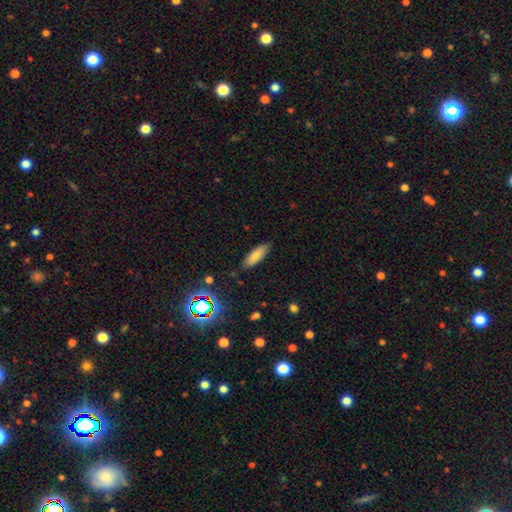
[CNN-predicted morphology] A smooth galaxy with no disk features (80%) that is in between round and cigar-shaped (58%).

Vote fractions:
- Smooth or featured? smooth: 80% / featured or disk: 11% / star or artifact: 9%
- How rounded? in between: 58% / cigar-shaped: 40% / round: 2%
- Merging? none: 84% / minor disturbance: 12% / major disturbance: 2% / merger: 2%